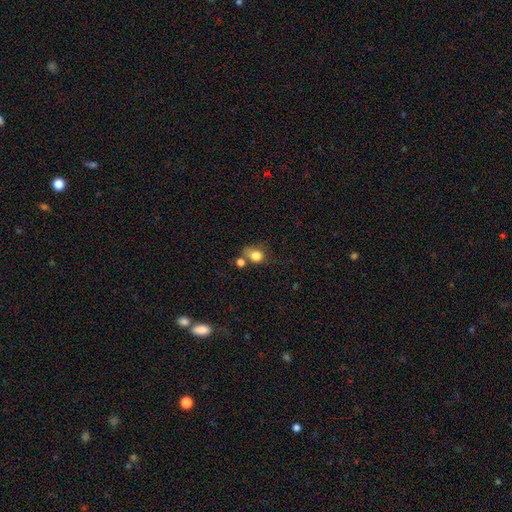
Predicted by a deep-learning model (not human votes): Q: Smooth or featured?
A: smooth (81%); runner-up: star or artifact (10%)
Q: How rounded?
A: round (54%); runner-up: in between (44%)
Q: Merging?
A: none (41%); runner-up: merger (27%)